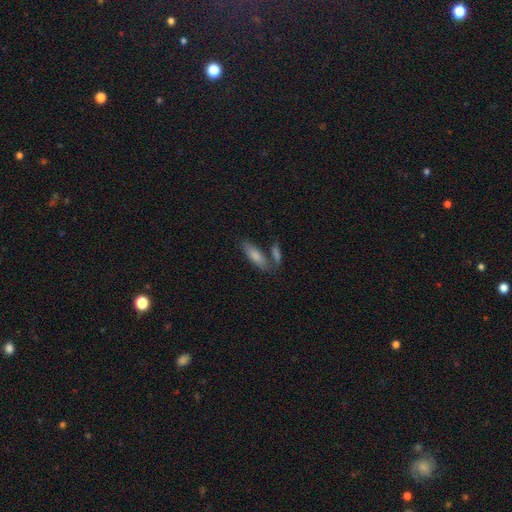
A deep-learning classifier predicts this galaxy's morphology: A smooth galaxy with no disk features (79%) that is in between round and cigar-shaped (58%). Merging: none (57%).